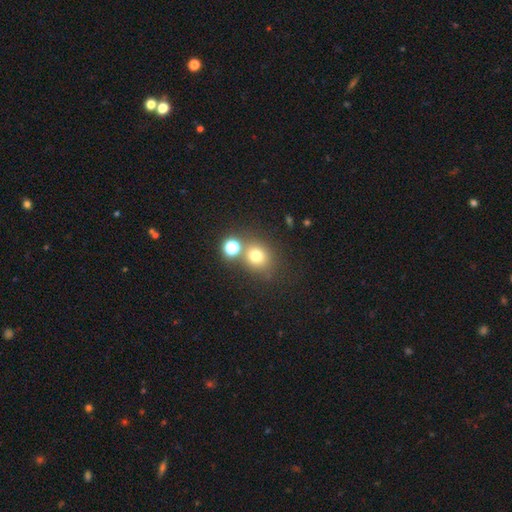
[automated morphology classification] The model was most divided on "merging": none: 66%, merger: 20%, minor disturbance: 10%, major disturbance: 5%. More confident: how rounded — round (80%); smooth or featured — smooth (72%).